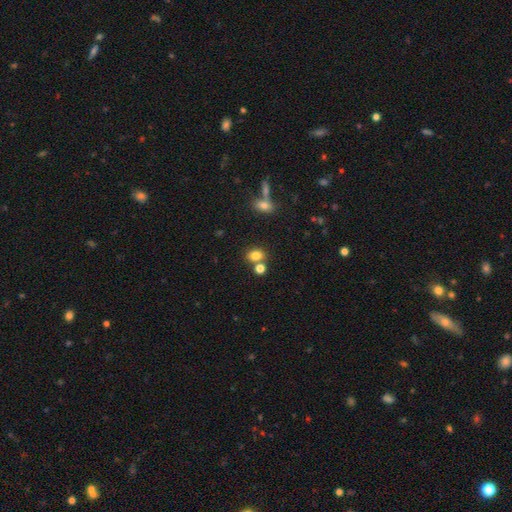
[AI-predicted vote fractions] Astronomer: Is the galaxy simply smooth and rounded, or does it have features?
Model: smooth — 79%.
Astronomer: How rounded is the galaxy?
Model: in between — 57% (runner-up: round, 41%).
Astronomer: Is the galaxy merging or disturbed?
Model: none — 60%.